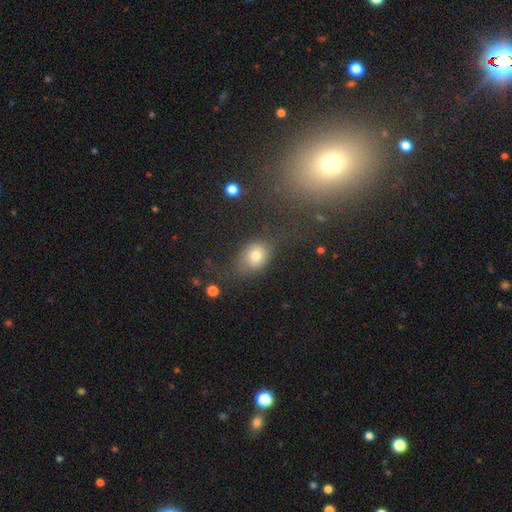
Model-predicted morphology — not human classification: smooth-or-featured: smooth: 74% | featured or disk: 14% | star or artifact: 12%
  how-rounded: in between: 59% | round: 39% | cigar-shaped: 2%
  merging: none: 59% | minor disturbance: 22% | major disturbance: 14% | merger: 6%